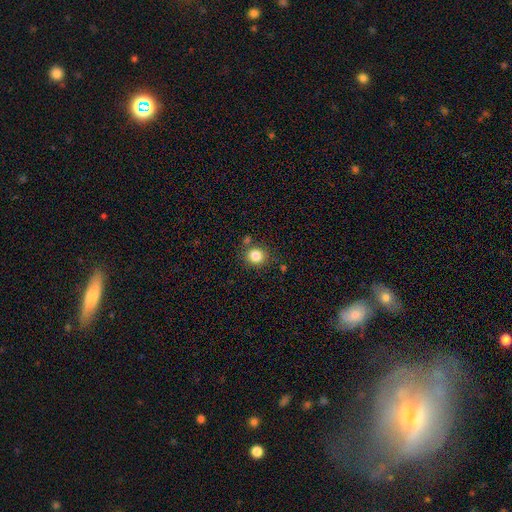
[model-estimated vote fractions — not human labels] This is clearly a smooth galaxy (83%). How rounded: clearly round (87%). Merging: likely none (79%).